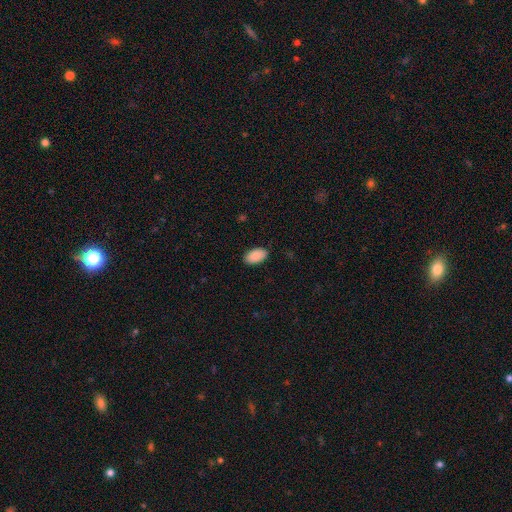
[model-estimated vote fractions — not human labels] Overall: smooth (89%). How rounded: in between (95%). Merging: none (88%).